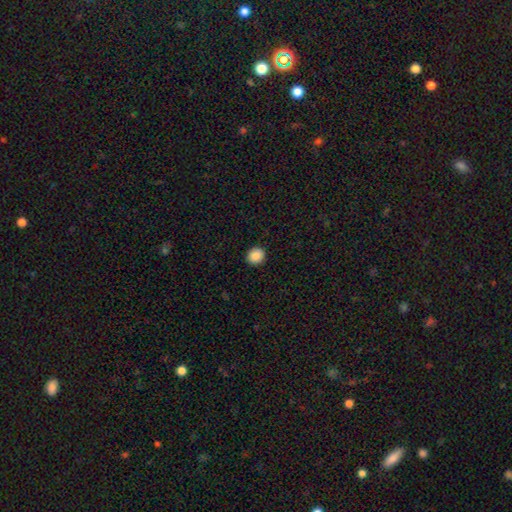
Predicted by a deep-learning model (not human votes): Smooth or featured? smooth (88%)
How rounded? round (83%)
Merging? none (93%)